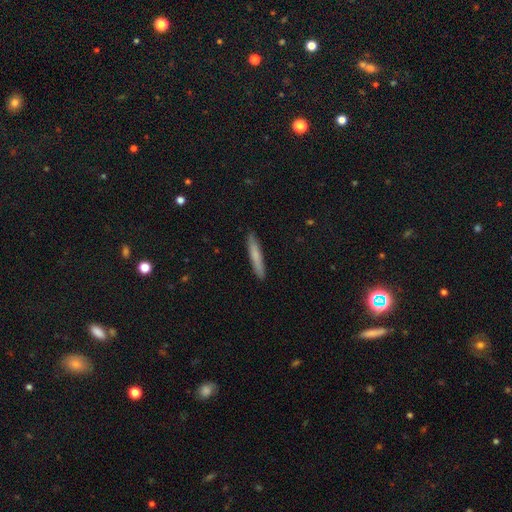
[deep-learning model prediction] Smooth or featured? Predicted: smooth (p=0.73). How rounded? Predicted: cigar-shaped (p=0.94). Merging? Predicted: none (p=0.90).